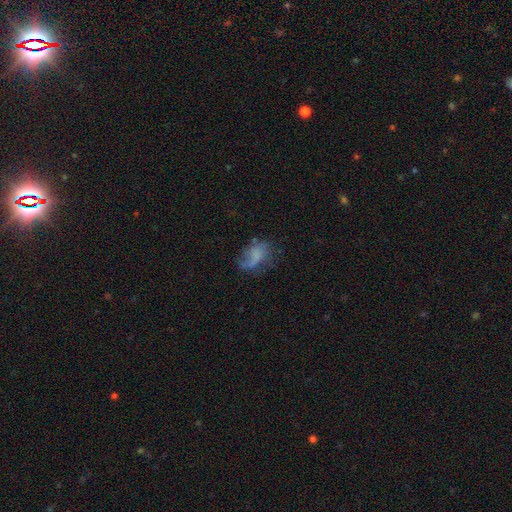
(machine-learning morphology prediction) Smooth or featured: smooth — 47% (featured or disk — 39%)
Merging: none — 38% (major disturbance — 32%)